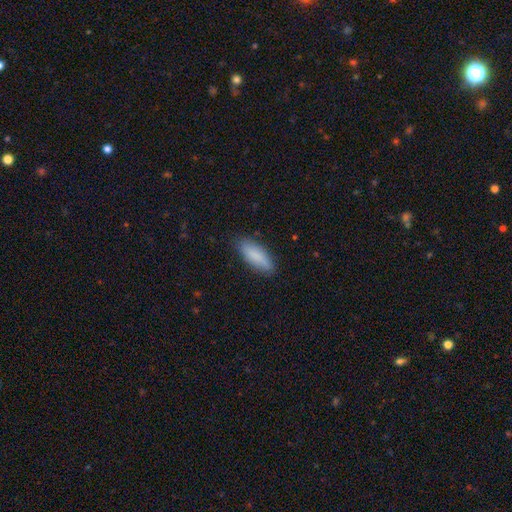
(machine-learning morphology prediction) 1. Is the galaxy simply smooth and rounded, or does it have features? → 85% smooth, 9% featured or disk, 6% star or artifact.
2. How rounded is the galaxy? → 67% in between, 31% cigar-shaped, 2% round.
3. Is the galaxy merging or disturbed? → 83% none, 13% minor disturbance, 3% major disturbance, 1% merger.